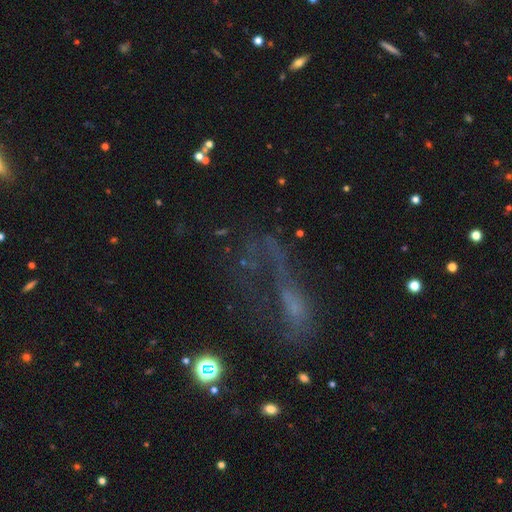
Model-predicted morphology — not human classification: Smooth or featured? Predicted: featured or disk (p=0.42). Merging? Predicted: major disturbance (p=0.48).